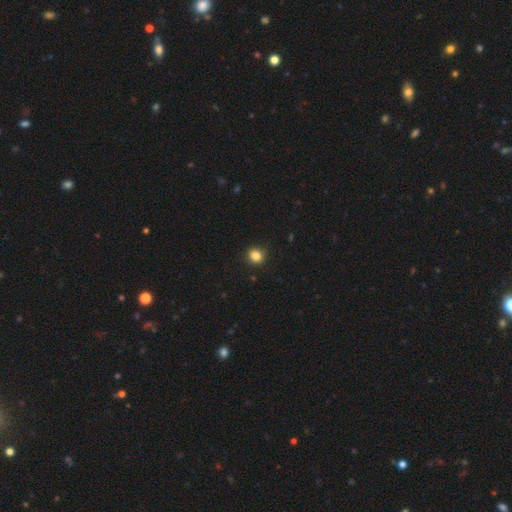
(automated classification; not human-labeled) A smooth galaxy with no disk features (84%) that is round (82%).

Vote fractions:
- Smooth or featured? smooth: 84% / star or artifact: 11% / featured or disk: 4%
- How rounded? round: 82% / in between: 17% / cigar-shaped: 1%
- Merging? none: 88% / minor disturbance: 9% / major disturbance: 2% / merger: 1%